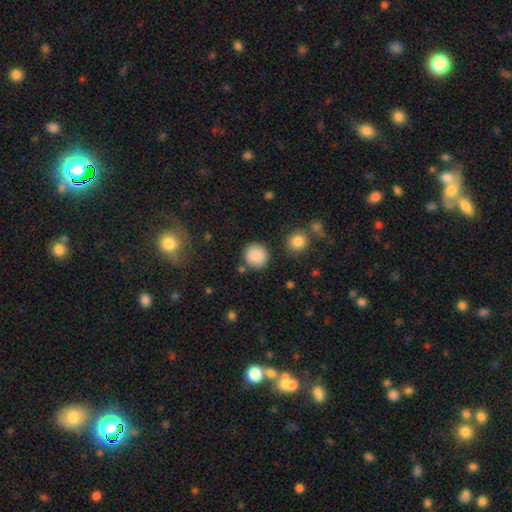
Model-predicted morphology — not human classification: smooth_or_featured: smooth (p=0.87) [alt: star or artifact p=0.09]
how_rounded: round (p=0.92) [alt: in between p=0.07]
merging: none (p=0.84) [alt: minor disturbance p=0.09]